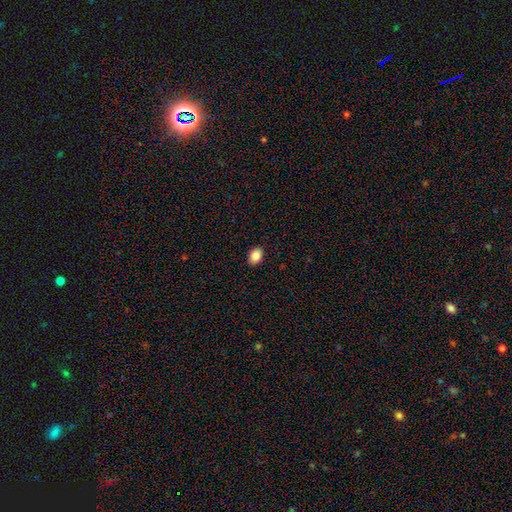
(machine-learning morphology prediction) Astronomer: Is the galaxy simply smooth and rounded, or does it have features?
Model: smooth — 87%.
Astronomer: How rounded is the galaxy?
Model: in between — 77%.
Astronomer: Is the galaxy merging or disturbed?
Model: none — 90%.